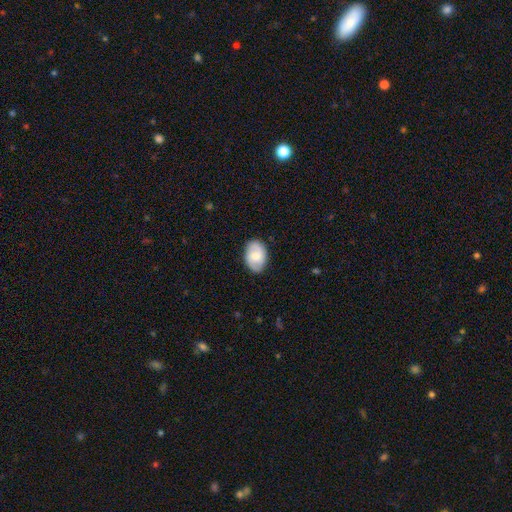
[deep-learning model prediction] Smooth or featured?
  - smooth: 54% *
  - featured or disk: 39%
  - star or artifact: 6%
How rounded?
  - in between: 84% *
  - round: 15%
  - cigar-shaped: 1%
Merging?
  - none: 85% *
  - minor disturbance: 12%
  - major disturbance: 3%
  - merger: 1%